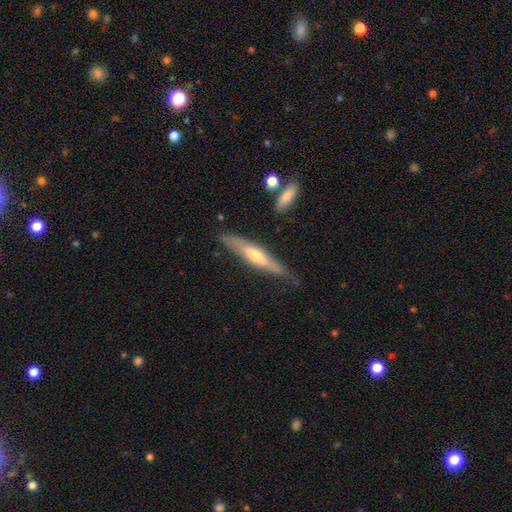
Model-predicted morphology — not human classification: featured or disk 55%, smooth 39%, star or artifact 6%. Down the decision tree: edge-on disk — yes (86%); merging — none (75%).